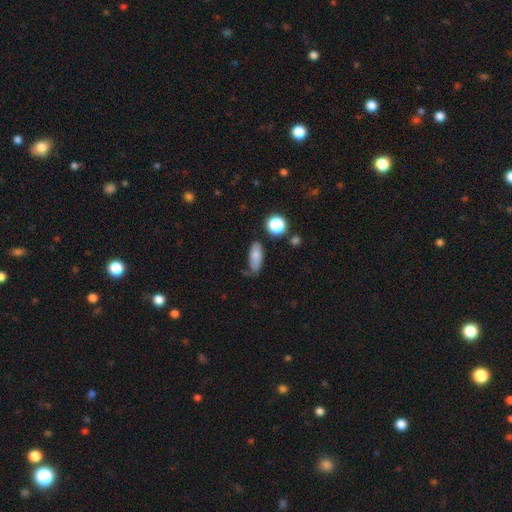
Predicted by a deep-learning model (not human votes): Morphology: type=smooth (81%); roundness=in between (76%); merging=none (61%).